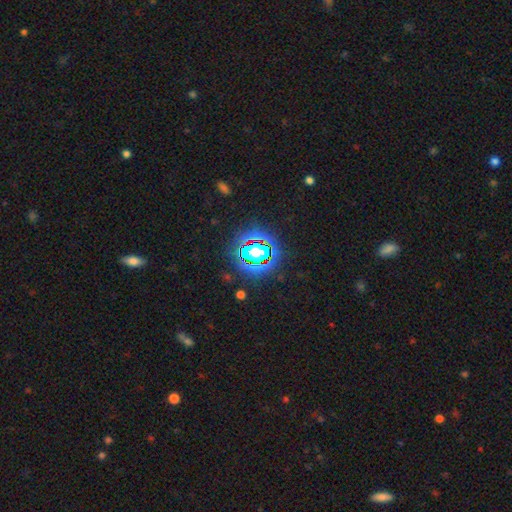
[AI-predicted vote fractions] Q: Smooth or featured?
A: star or artifact (66%); runner-up: smooth (22%)